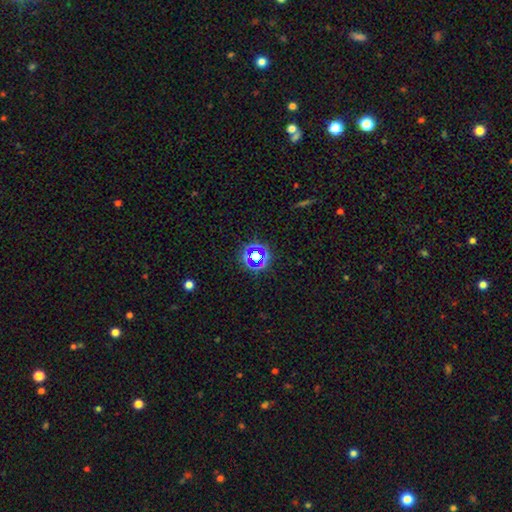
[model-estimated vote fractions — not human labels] Smooth or featured? Predicted: star or artifact (p=0.61).